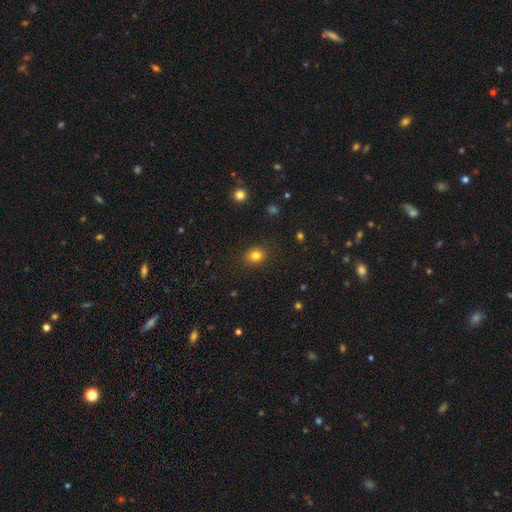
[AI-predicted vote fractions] Smooth or featured? smooth (83%)
How rounded? round (59%)
Merging? none (88%)